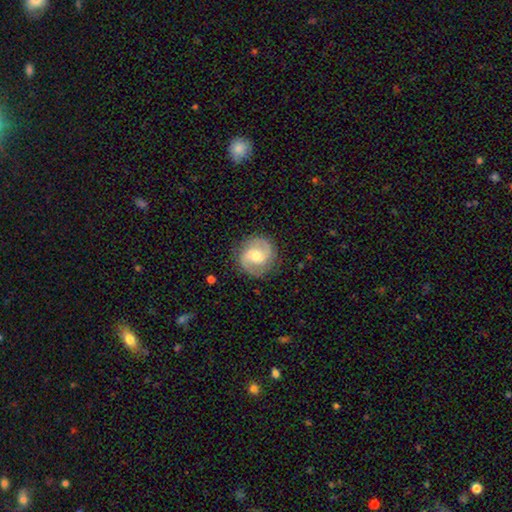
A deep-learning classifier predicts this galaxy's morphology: This is clearly a featured or disk galaxy (81%). It is clearly not viewed edge-on (98%). Bar: possibly weak (54%). Spiral arm pattern: clearly yes (95%). Spiral arm count: clearly 2 (92%). Spiral winding: possibly medium (53%). Central bulge: likely moderate (64%). Merging: clearly none (86%).